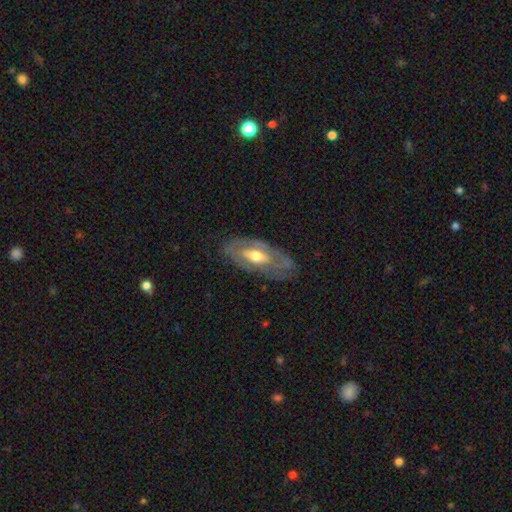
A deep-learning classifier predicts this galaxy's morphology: Q: Smooth or featured?
A: featured or disk (67%); runner-up: smooth (28%)
Q: Edge-on disk?
A: no (84%); runner-up: yes (16%)
Q: Bar?
A: no (55%); runner-up: weak (29%)
Q: Spiral arms?
A: no (51%); runner-up: yes (49%)
Q: Bulge size?
A: moderate (69%); runner-up: small (16%)
Q: Merging?
A: none (67%); runner-up: minor disturbance (21%)